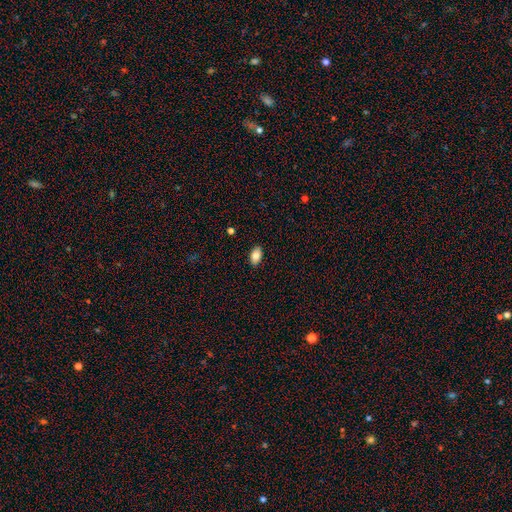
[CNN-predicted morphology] Smooth or featured: smooth — 84% (featured or disk — 9%)
How rounded: in between — 91% (round — 6%)
Merging: none — 88% (minor disturbance — 9%)